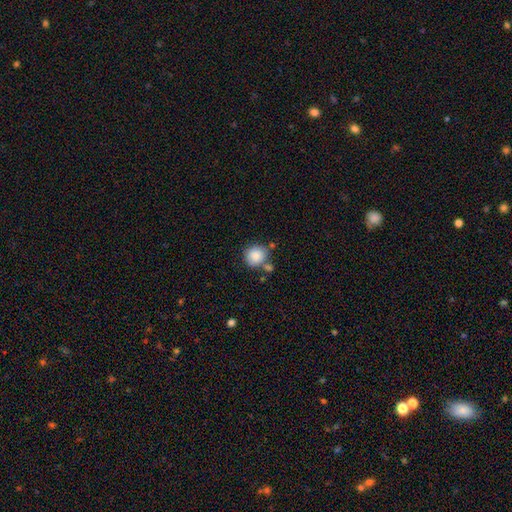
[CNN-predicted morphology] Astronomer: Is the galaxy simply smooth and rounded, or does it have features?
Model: smooth — 86%.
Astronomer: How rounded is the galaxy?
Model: round — 88%.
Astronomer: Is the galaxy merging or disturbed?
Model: none — 67%.